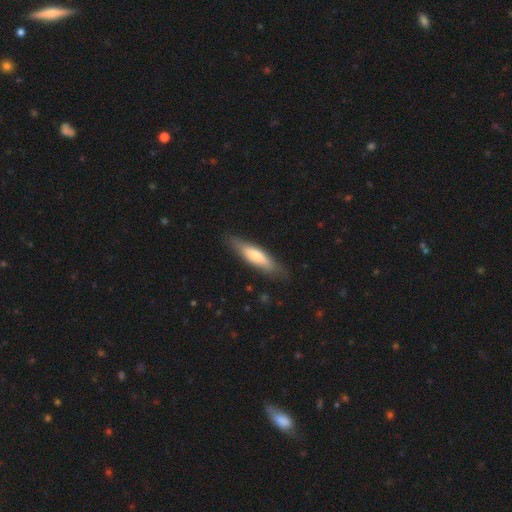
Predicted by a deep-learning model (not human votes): smooth_or_featured: smooth (p=0.68) [alt: featured or disk p=0.27]
how_rounded: cigar-shaped (p=0.67) [alt: in between p=0.32]
merging: none (p=0.80) [alt: minor disturbance p=0.15]